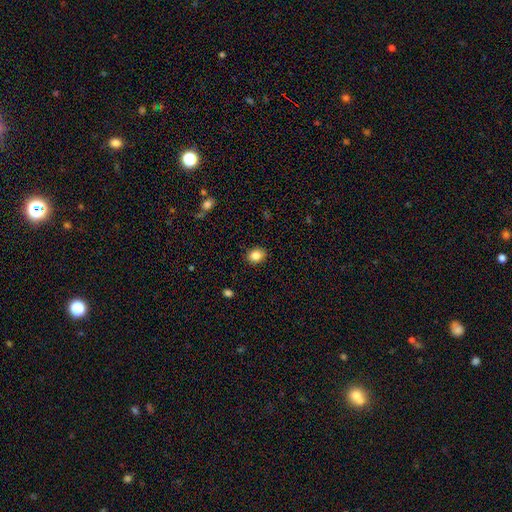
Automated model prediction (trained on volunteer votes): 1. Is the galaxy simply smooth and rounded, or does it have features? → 85% smooth, 10% star or artifact, 5% featured or disk.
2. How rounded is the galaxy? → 51% round, 48% in between, 1% cigar-shaped.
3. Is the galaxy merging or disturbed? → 89% none, 8% minor disturbance, 2% major disturbance, 1% merger.